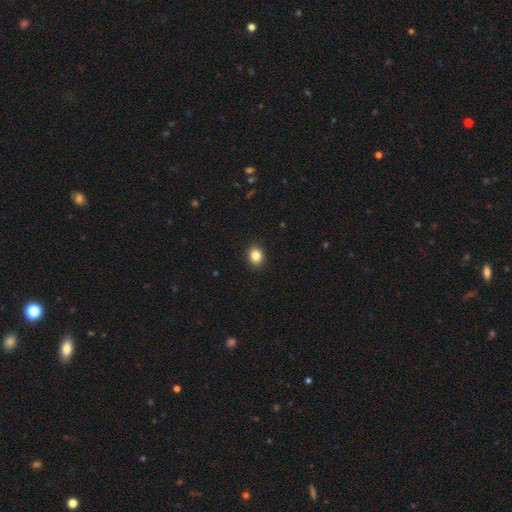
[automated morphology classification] The model was most divided on "how rounded": in between: 50%, round: 49%, cigar-shaped: 1%. More confident: merging — none (91%); smooth or featured — smooth (85%).